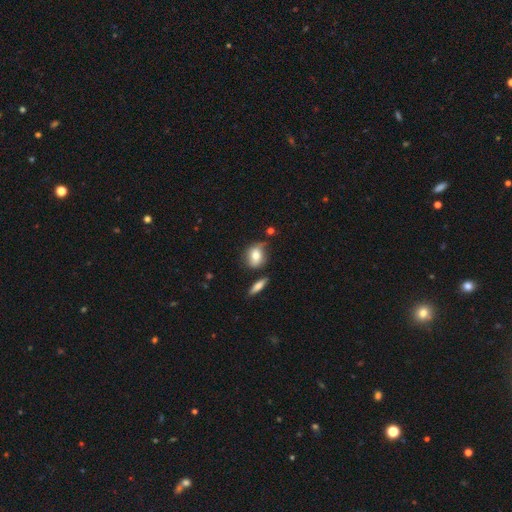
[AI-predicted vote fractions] Smooth or featured?
  - smooth: 72% *
  - featured or disk: 19%
  - star or artifact: 9%
How rounded?
  - round: 51% *
  - in between: 47%
  - cigar-shaped: 3%
Merging?
  - none: 57% *
  - minor disturbance: 26%
  - merger: 9%
  - major disturbance: 8%